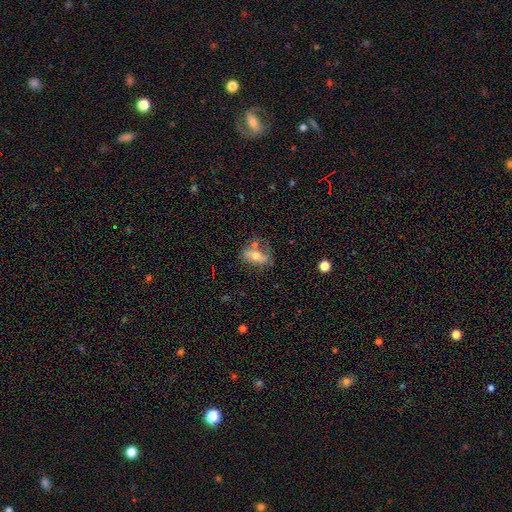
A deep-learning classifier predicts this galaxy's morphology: This appears to be a smooth galaxy with no disk features (57%) that is in between round and cigar-shaped (75%). Merging: none (47%).